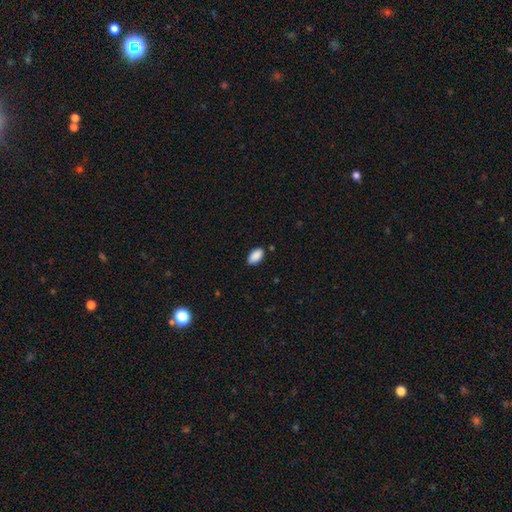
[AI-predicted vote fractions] Smooth or featured? Predicted: smooth (p=0.90). How rounded? Predicted: in between (p=0.94). Merging? Predicted: none (p=0.85).